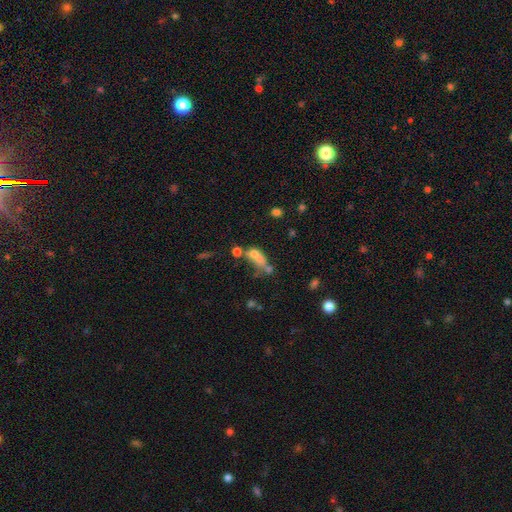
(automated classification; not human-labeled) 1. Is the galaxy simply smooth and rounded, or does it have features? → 55% smooth, 28% featured or disk, 17% star or artifact.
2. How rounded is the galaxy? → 62% in between, 23% round, 15% cigar-shaped.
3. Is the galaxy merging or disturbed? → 48% merger, 21% none, 19% major disturbance, 12% minor disturbance.